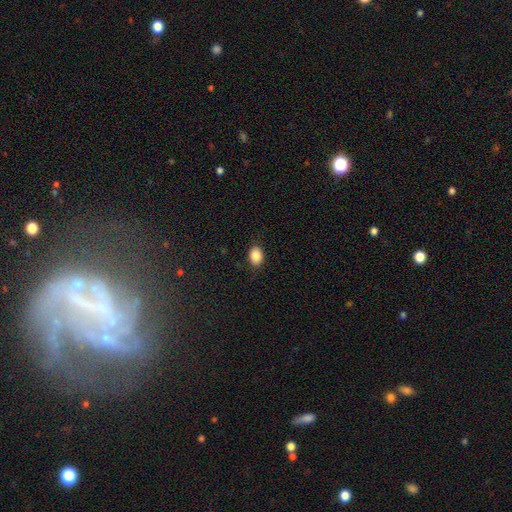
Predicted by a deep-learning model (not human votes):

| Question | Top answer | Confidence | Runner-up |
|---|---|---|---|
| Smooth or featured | smooth | 87% | star or artifact (9%) |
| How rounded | in between | 74% | round (25%) |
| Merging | none | 85% | minor disturbance (11%) |